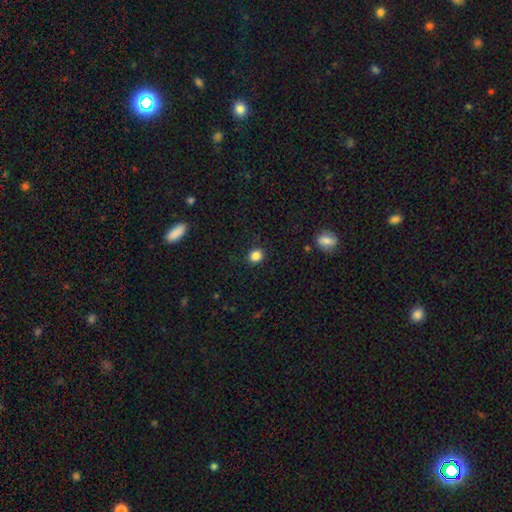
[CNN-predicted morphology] A smooth galaxy with no disk features (85%) that is round (84%). Merging: none (90%).